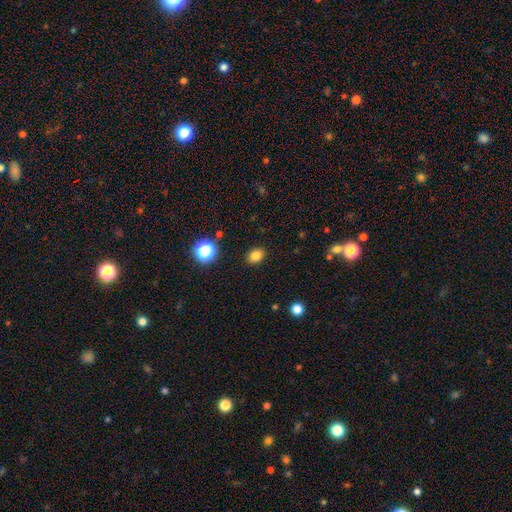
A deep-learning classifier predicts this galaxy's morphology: Smooth or featured? smooth (81%)
How rounded? in between (67%)
Merging? none (88%)